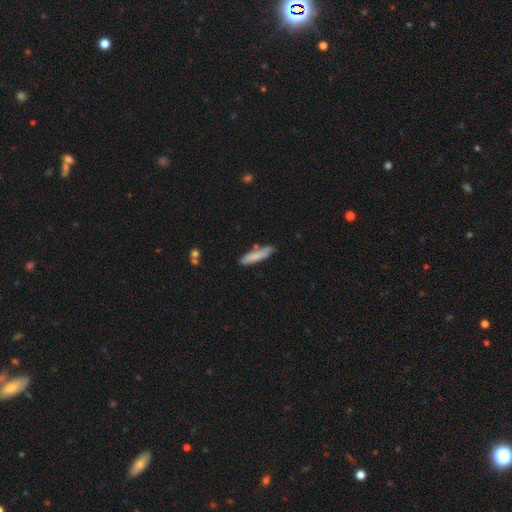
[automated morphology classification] The model was most divided on "how rounded": cigar-shaped: 75%, in between: 23%, round: 1%. More confident: smooth or featured — smooth (80%); merging — none (71%).